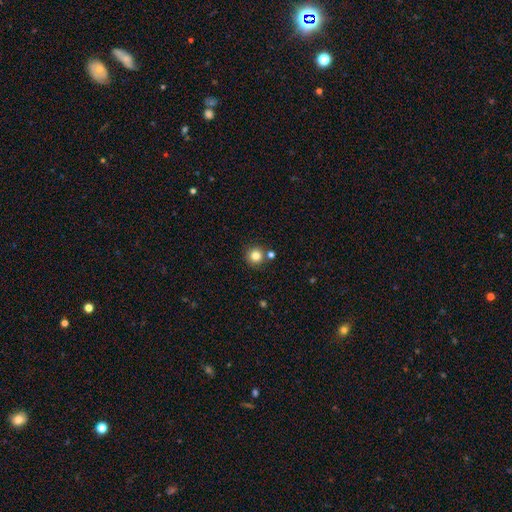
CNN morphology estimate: type=smooth (82%); roundness=round (94%); merging=none (80%).